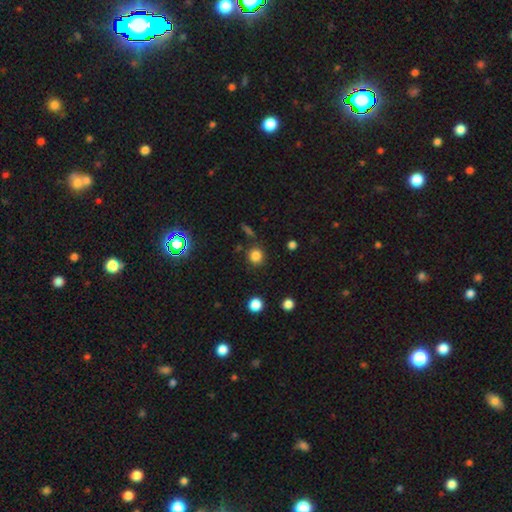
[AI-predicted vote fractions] smooth 82%, star or artifact 14%, featured or disk 5%. Down the decision tree: how rounded — round (91%); merging — none (84%).